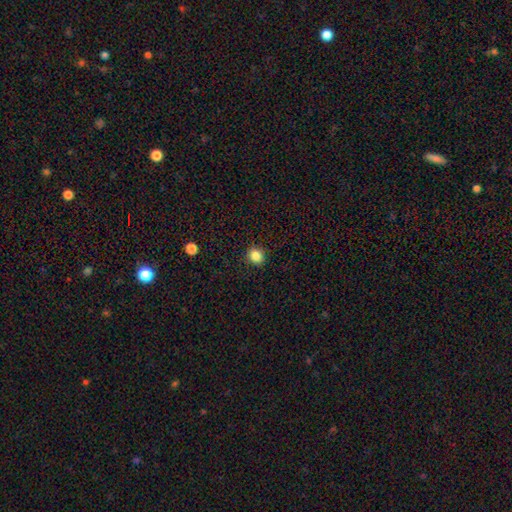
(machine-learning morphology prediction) Overall: smooth (85%). How rounded: round (78%). Merging: none (90%).